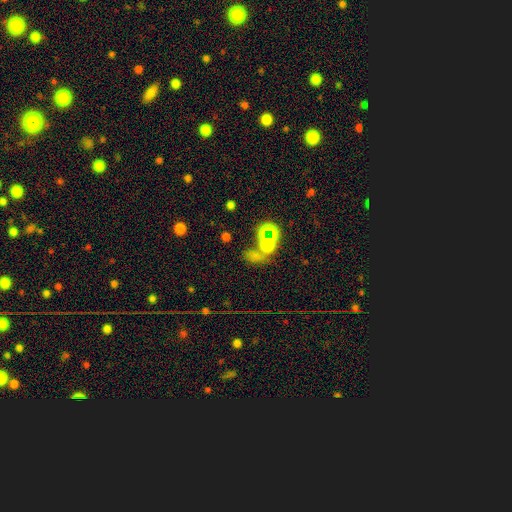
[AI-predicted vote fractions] smooth 46%, star or artifact 42%, featured or disk 11%. Down the decision tree: merging — none (46%).